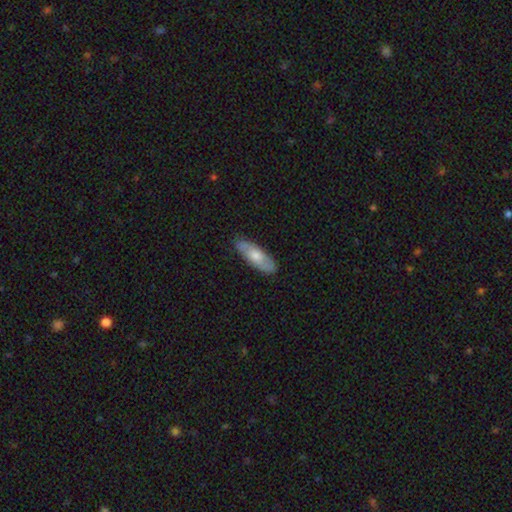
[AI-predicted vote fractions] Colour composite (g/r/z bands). It shows a smooth galaxy with no disk features (57%) that is in between round and cigar-shaped (60%). Merging: none (86%).